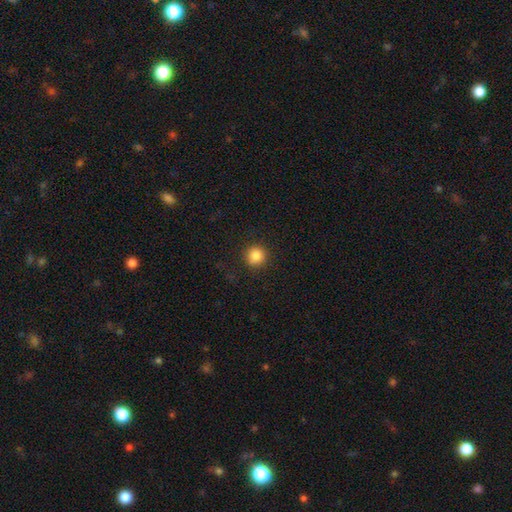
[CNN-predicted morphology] A smooth galaxy with no disk features (86%) that is round (94%).

Vote fractions:
- Smooth or featured? smooth: 86% / star or artifact: 10% / featured or disk: 4%
- How rounded? round: 94% / in between: 5% / cigar-shaped: 1%
- Merging? none: 90% / minor disturbance: 7% / major disturbance: 2% / merger: 1%